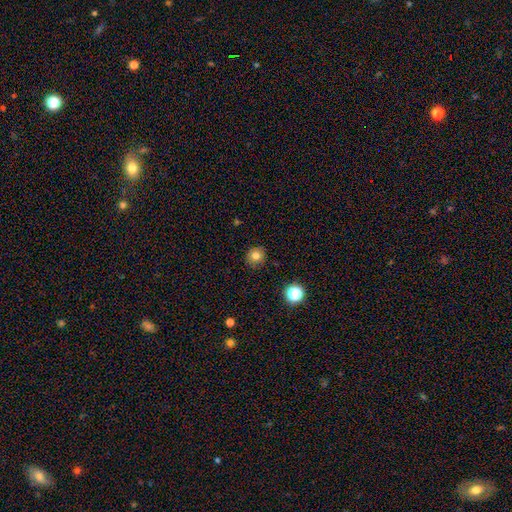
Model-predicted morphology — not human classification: Smooth or featured? smooth (79%)
How rounded? round (87%)
Merging? none (88%)